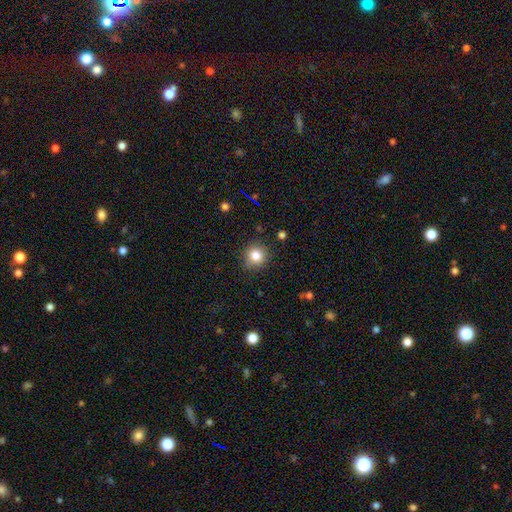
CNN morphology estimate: The model was most divided on "smooth or featured": smooth: 82%, star or artifact: 12%, featured or disk: 6%. More confident: how rounded — round (91%); merging — none (86%).